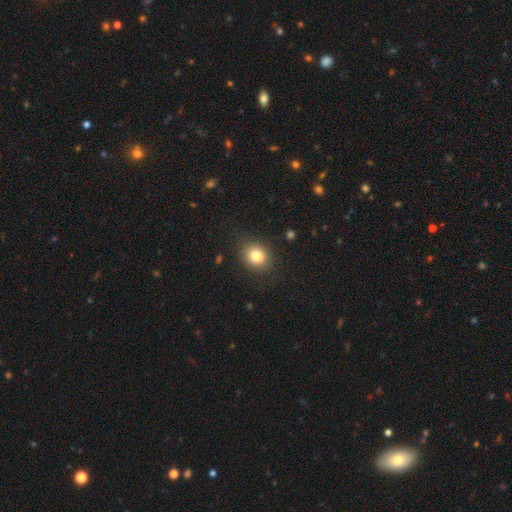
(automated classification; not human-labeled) This is clearly a smooth galaxy (81%). How rounded: likely round (63%). Merging: clearly none (81%).